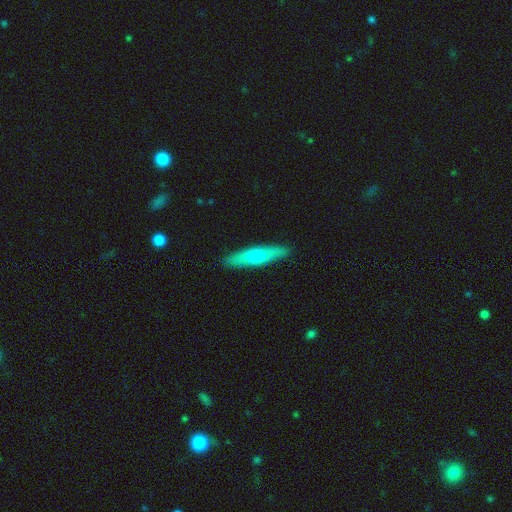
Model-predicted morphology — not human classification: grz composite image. It shows a smooth galaxy with no disk features (63%) that is cigar-shaped (80%). Merging: none (89%).